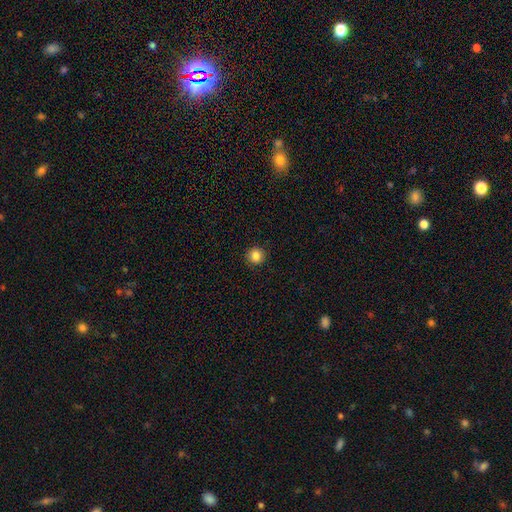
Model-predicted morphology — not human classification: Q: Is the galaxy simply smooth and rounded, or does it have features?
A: smooth — 85%.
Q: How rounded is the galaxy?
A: round — 93%.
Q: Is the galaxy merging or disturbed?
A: none — 91%.